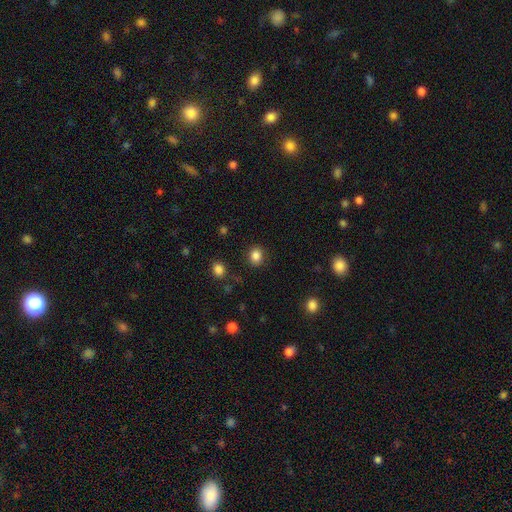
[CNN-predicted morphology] The model was most divided on "how rounded": round: 61%, in between: 38%, cigar-shaped: 1%. More confident: merging — none (87%); smooth or featured — smooth (85%).